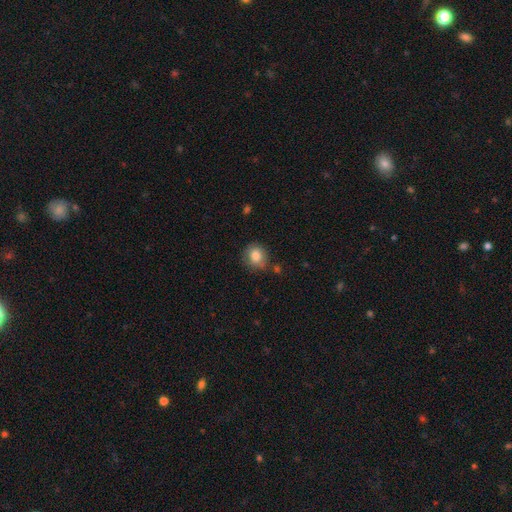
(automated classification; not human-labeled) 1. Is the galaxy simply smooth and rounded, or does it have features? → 83% smooth, 9% star or artifact, 8% featured or disk.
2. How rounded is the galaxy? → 76% round, 23% in between, 1% cigar-shaped.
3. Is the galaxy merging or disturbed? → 72% none, 19% minor disturbance, 5% major disturbance, 4% merger.